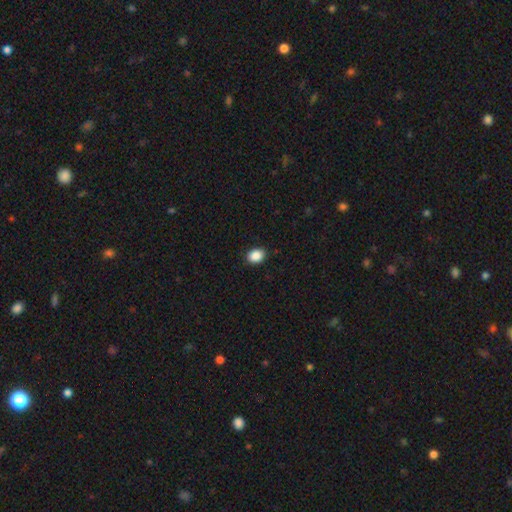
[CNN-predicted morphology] Overall: smooth (89%). How rounded: in between (58%; round 42%). Merging: none (89%).